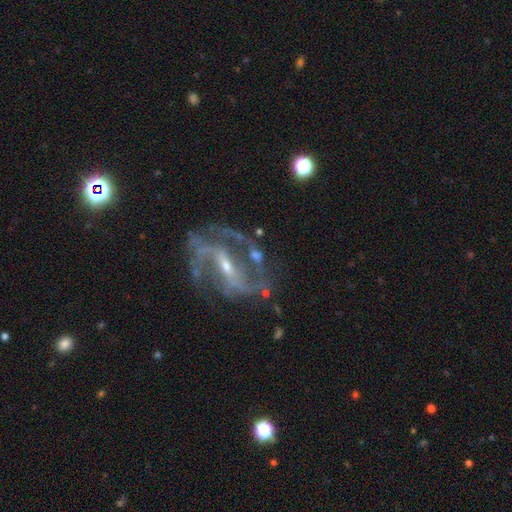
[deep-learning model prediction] Smooth or featured: featured or disk — 90% (star or artifact — 6%)
Edge-on disk: no — 97% (yes — 3%)
Bar: strong — 52% (weak — 35%)
Spiral arms: yes — 97% (no — 3%)
Spiral winding: medium — 55% (loose — 28%)
Spiral arm count: 2 — 70% (3 — 13%)
Bulge size: small — 65% (moderate — 30%)
Merging: none — 61% (minor disturbance — 19%)